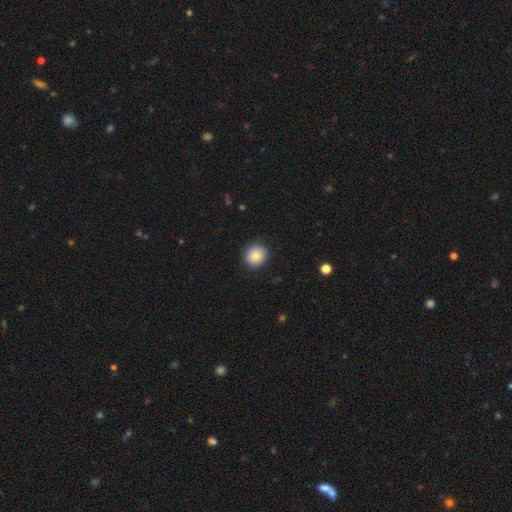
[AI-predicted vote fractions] Overall: smooth (85%). How rounded: round (90%). Merging: none (91%).